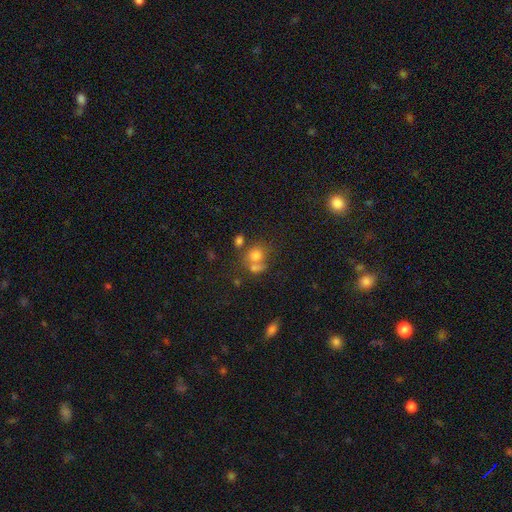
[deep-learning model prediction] Smooth or featured? smooth (72%)
How rounded? round (71%)
Merging? none (41%)